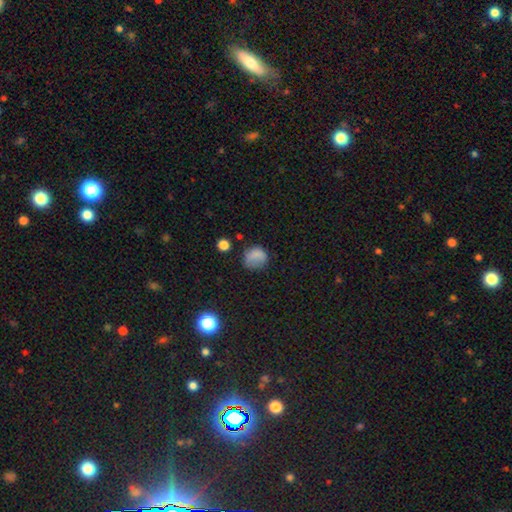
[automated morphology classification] Smooth or featured? smooth (77%)
How rounded? round (73%)
Merging? none (60%)